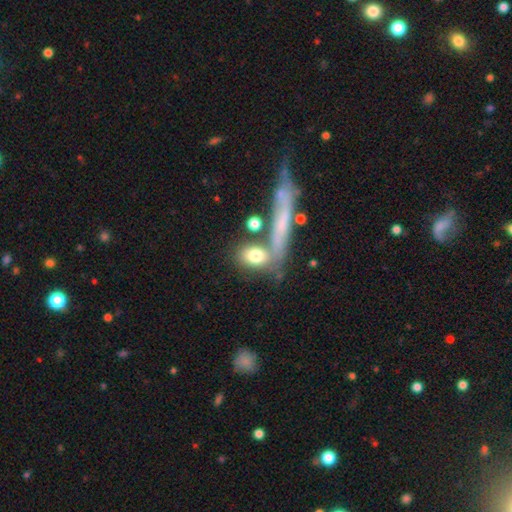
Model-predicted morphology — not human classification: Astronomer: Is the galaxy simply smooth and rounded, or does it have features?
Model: smooth — 75%.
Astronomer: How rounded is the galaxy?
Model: in between — 63%.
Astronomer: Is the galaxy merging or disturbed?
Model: none — 52%.